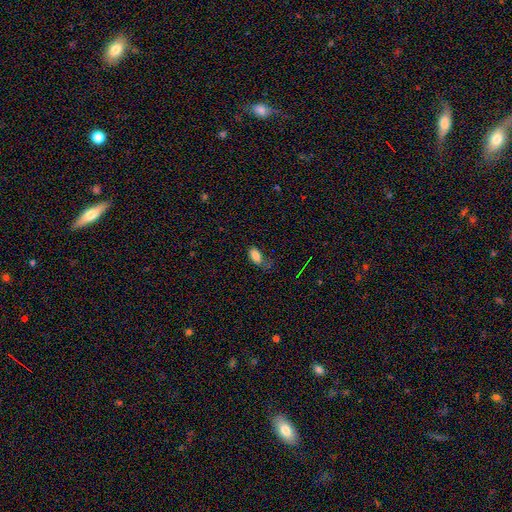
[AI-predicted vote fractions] A smooth galaxy with no disk features (85%) that is in between round and cigar-shaped (92%).

Vote fractions:
- Smooth or featured? smooth: 85% / star or artifact: 9% / featured or disk: 7%
- How rounded? in between: 92% / round: 5% / cigar-shaped: 3%
- Merging? none: 52% / minor disturbance: 30% / major disturbance: 15% / merger: 3%